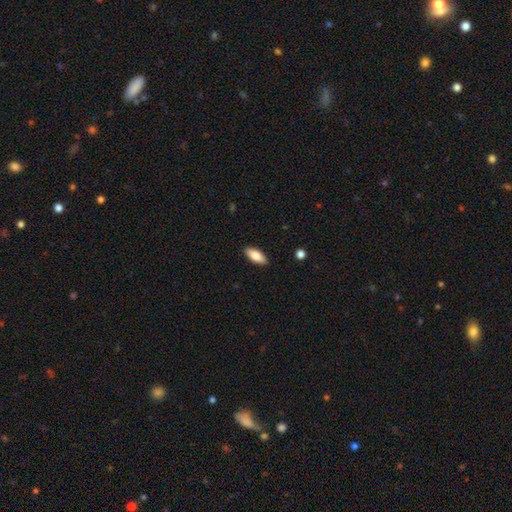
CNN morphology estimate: Overall: smooth (85%). How rounded: in between (84%). Merging: none (90%).